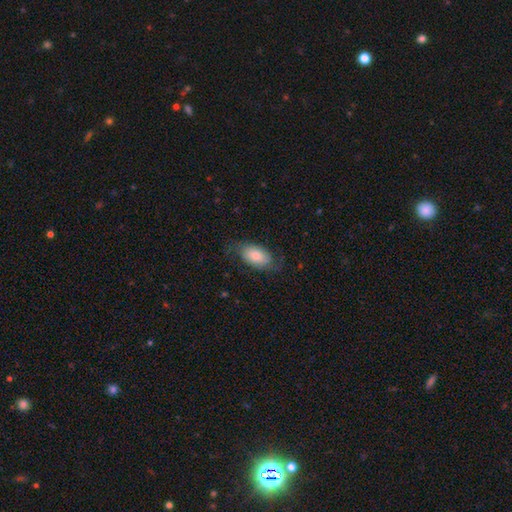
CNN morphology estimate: A smooth galaxy with no disk features (65%) that is in between round and cigar-shaped (93%). Merging: none (65%).